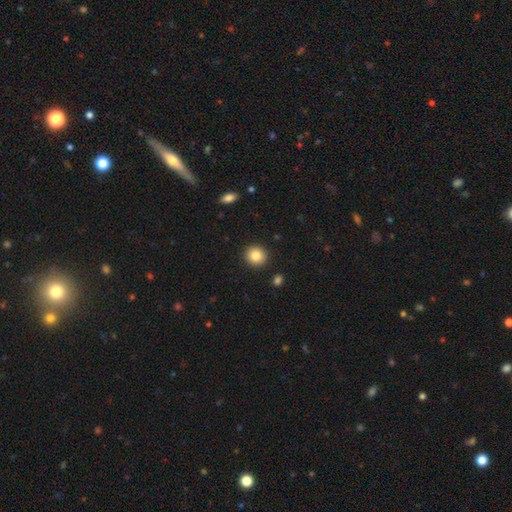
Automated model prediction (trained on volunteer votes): Morphology: type=smooth (84%); roundness=round (91%); merging=none (92%).